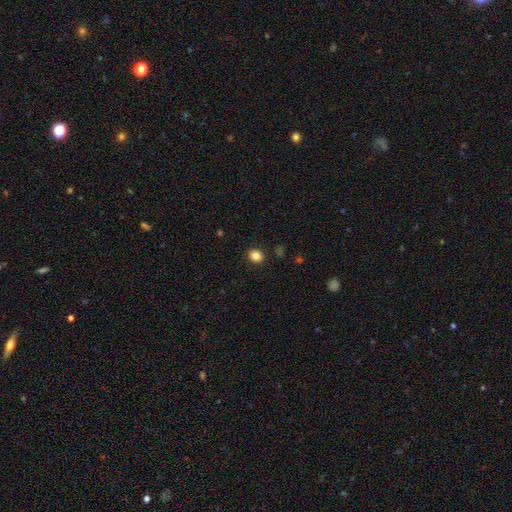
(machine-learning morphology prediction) The model was most divided on "how rounded": round: 68%, in between: 31%, cigar-shaped: 1%. More confident: merging — none (90%); smooth or featured — smooth (85%).